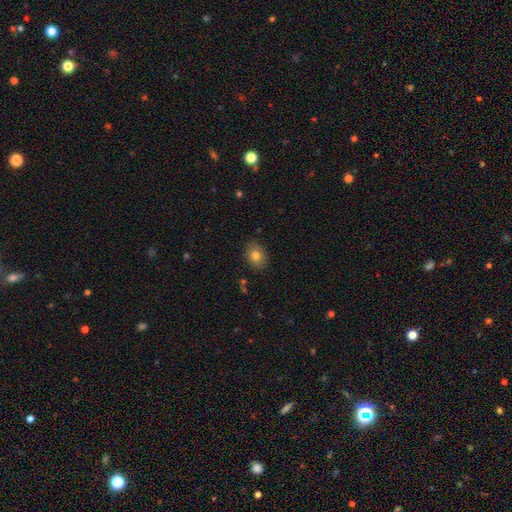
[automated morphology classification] A smooth galaxy with no disk features (81%) that is in between round and cigar-shaped (52%). Merging: none (84%).